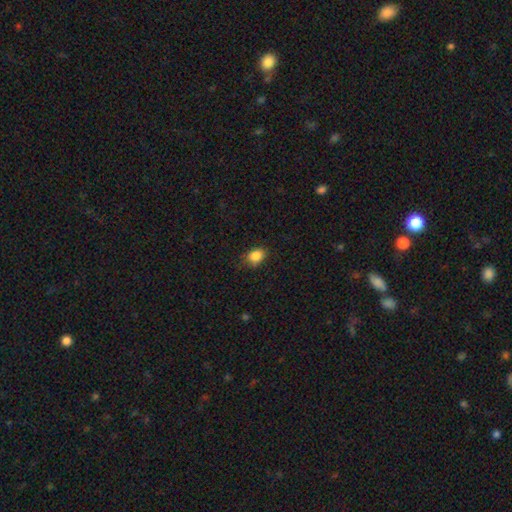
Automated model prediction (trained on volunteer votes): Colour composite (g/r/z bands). It shows a smooth galaxy with no disk features (86%) that is in between round and cigar-shaped (63%). Merging: none (76%).